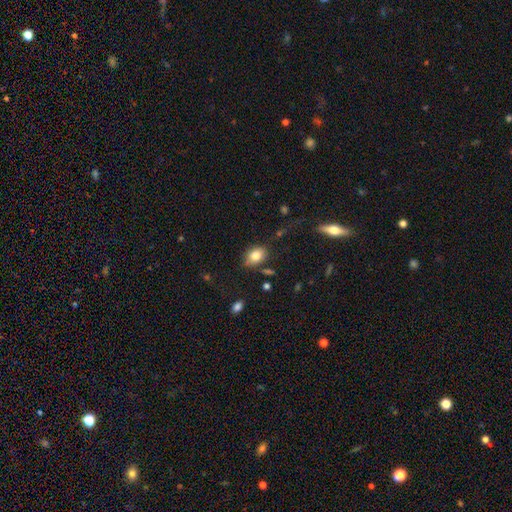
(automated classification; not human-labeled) This is clearly a smooth galaxy (81%). How rounded: likely in between (70%). Merging: likely none (76%).